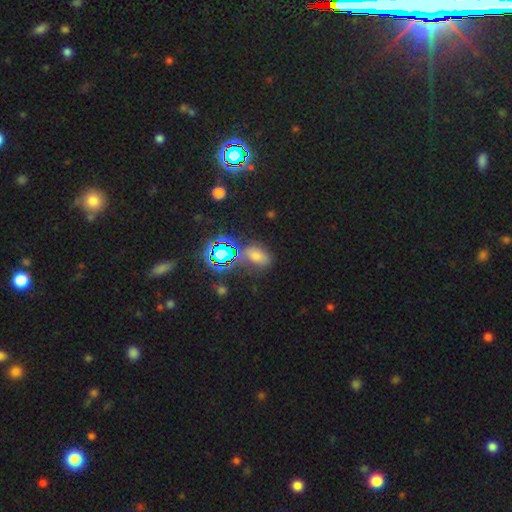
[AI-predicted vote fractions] This appears to be a smooth galaxy with no disk features (49%). Merging: none (69%).